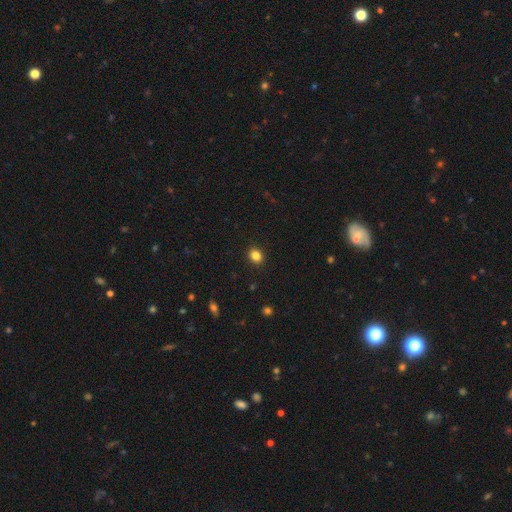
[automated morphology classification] Smooth or featured? Predicted: smooth (p=0.85). How rounded? Predicted: round (p=0.66). Merging? Predicted: none (p=0.91).